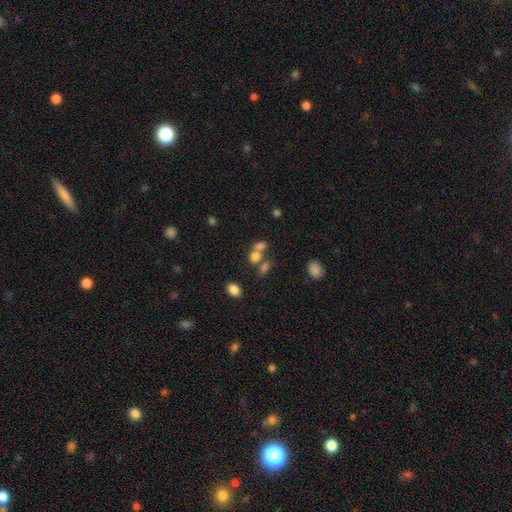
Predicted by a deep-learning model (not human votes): Q: Smooth or featured?
A: smooth (72%); runner-up: star or artifact (15%)
Q: How rounded?
A: round (50%); runner-up: in between (48%)
Q: Merging?
A: merger (52%); runner-up: none (33%)